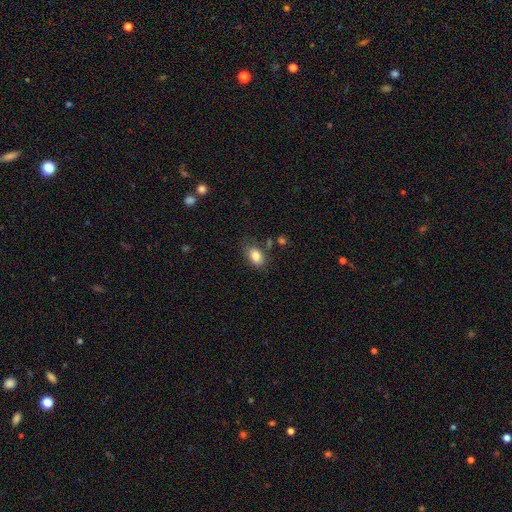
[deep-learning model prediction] This appears to be a smooth galaxy with no disk features (85%) that is in between round and cigar-shaped (88%). Merging: none (75%).